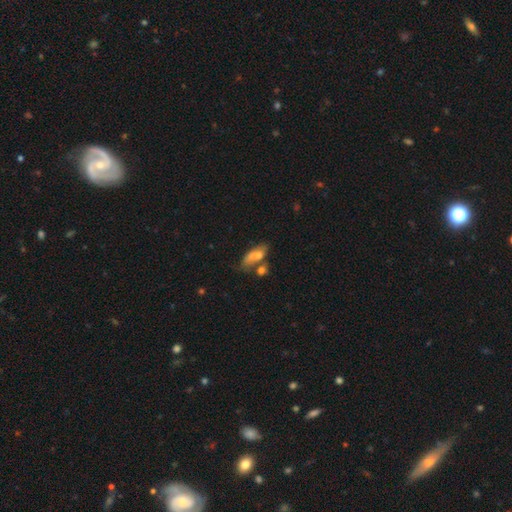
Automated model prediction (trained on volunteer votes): Overall: smooth (66%). How rounded: in between (76%). Merging: none (34%; merger 32%).